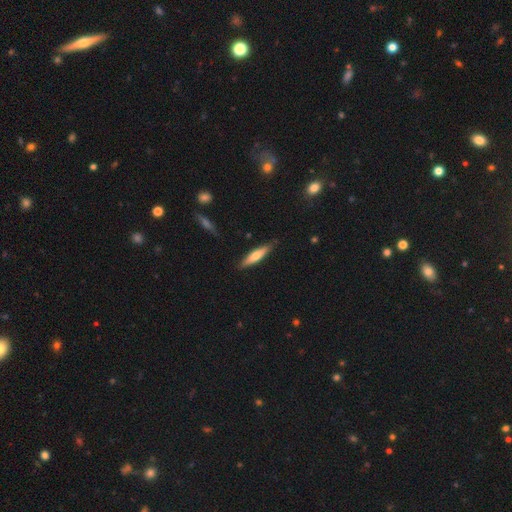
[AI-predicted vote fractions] A smooth galaxy with no disk features (58%) that is cigar-shaped (77%). Merging: none (84%).